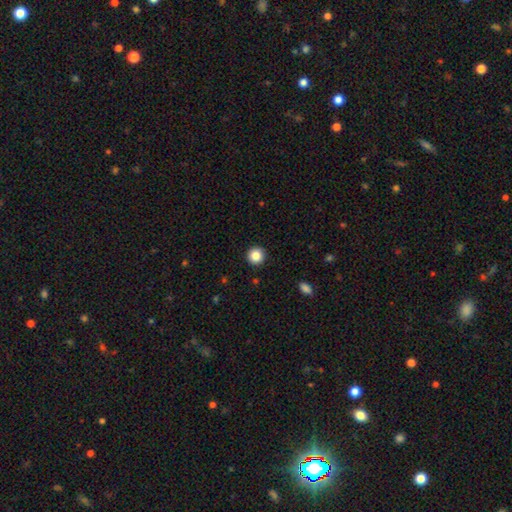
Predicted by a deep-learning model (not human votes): A smooth galaxy with no disk features (86%) that is round (96%). Merging: none (93%).